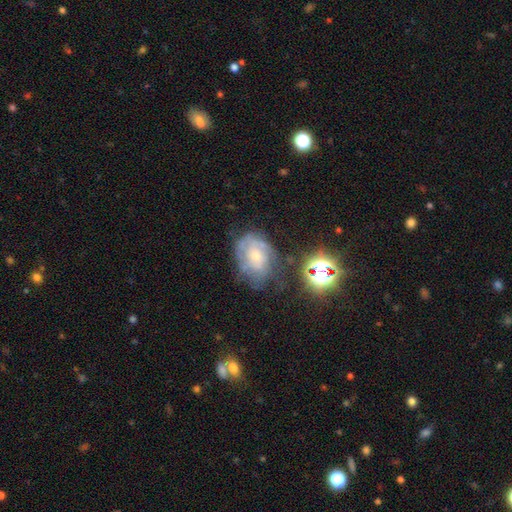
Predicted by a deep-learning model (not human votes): The model was most divided on "merging": none: 49%, minor disturbance: 28%, major disturbance: 18%, merger: 5%. More confident: edge-on disk — no (97%); bar — no (80%); spiral arms — yes (71%); smooth or featured — featured or disk (63%); bulge size — small (62%).